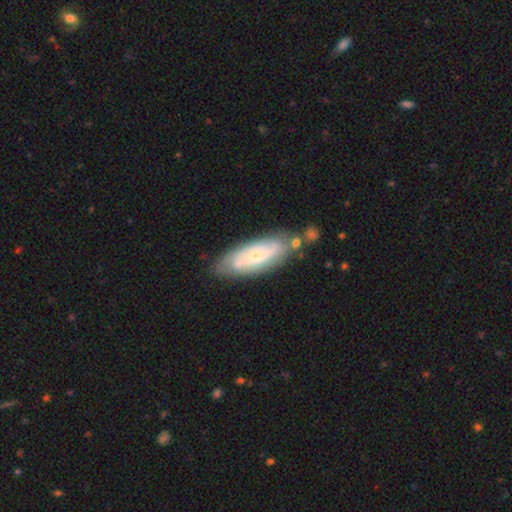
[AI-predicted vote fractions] Smooth or featured? featured or disk (68%)
Edge-on disk? no (88%)
Bar? no (72%)
Spiral arms? yes (83%)
Spiral winding? tight (60%)
Spiral arm count? can't tell (43%)
Bulge size? small (73%)
Merging? none (69%)